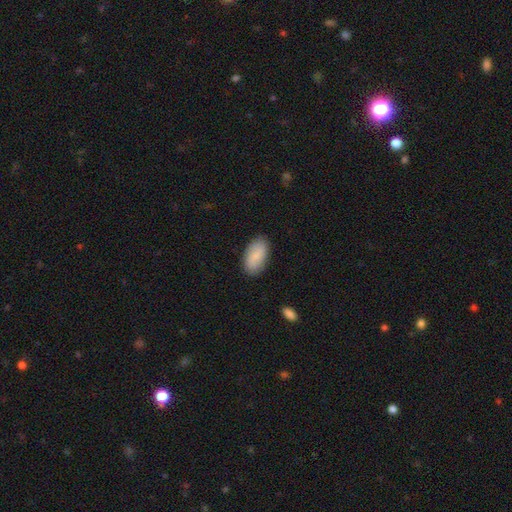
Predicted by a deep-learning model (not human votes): Q: Smooth or featured?
A: smooth (79%); runner-up: featured or disk (15%)
Q: How rounded?
A: in between (94%); runner-up: cigar-shaped (3%)
Q: Merging?
A: none (86%); runner-up: minor disturbance (10%)